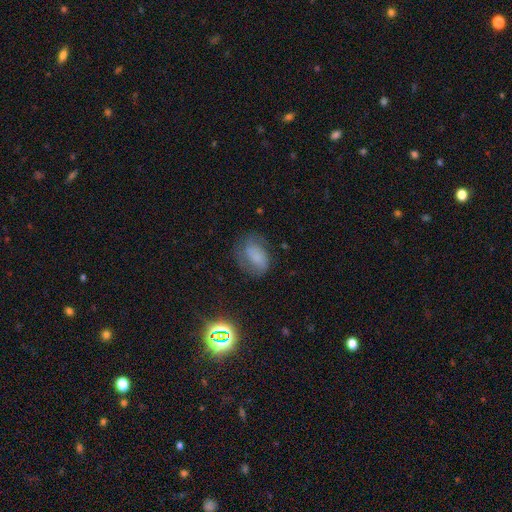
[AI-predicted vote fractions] smooth_or_featured: smooth (p=0.50) [alt: featured or disk p=0.36]
merging: none (p=0.55) [alt: minor disturbance p=0.26]